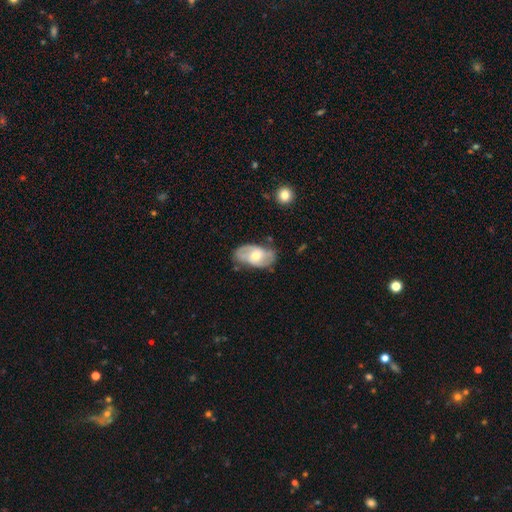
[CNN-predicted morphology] A featured or disk galaxy (66%) with no bar (51%), spiral arms (78%) and a moderate central bulge (68%). Merging: none (66%).